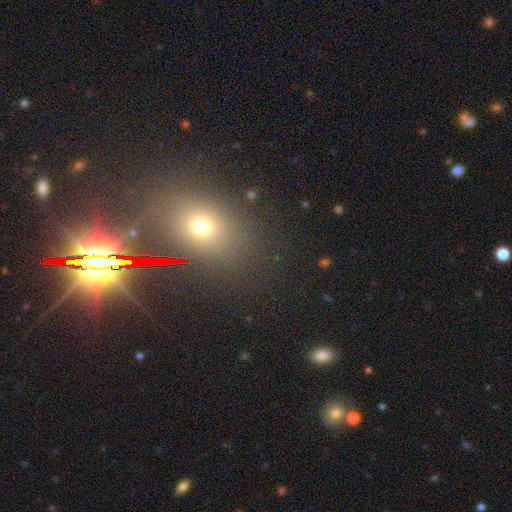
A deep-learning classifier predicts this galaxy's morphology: smooth-or-featured: star or artifact: 48% | smooth: 41% | featured or disk: 12%